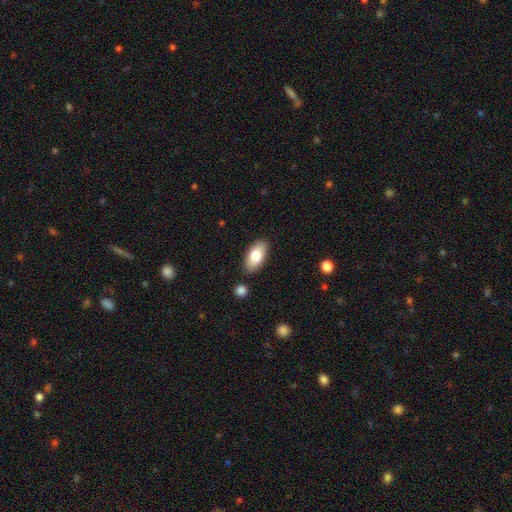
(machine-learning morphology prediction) A smooth galaxy with no disk features (77%) that is in between round and cigar-shaped (92%).

Vote fractions:
- Smooth or featured? smooth: 77% / featured or disk: 16% / star or artifact: 7%
- How rounded? in between: 92% / cigar-shaped: 5% / round: 3%
- Merging? none: 86% / minor disturbance: 10% / merger: 3% / major disturbance: 2%